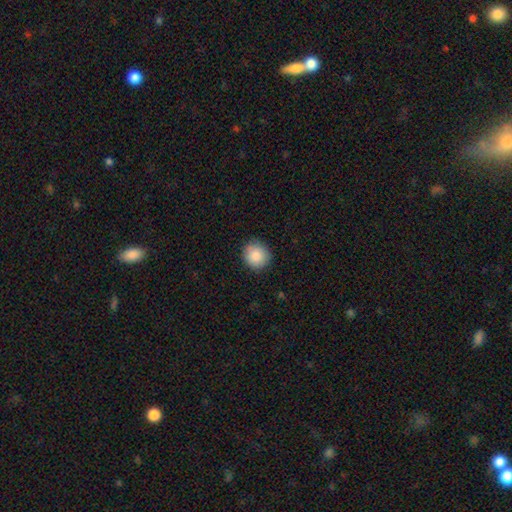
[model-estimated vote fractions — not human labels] Smooth or featured?
  - smooth: 87% *
  - star or artifact: 8%
  - featured or disk: 5%
How rounded?
  - round: 89% *
  - in between: 10%
  - cigar-shaped: 1%
Merging?
  - none: 88% *
  - minor disturbance: 9%
  - major disturbance: 2%
  - merger: 1%